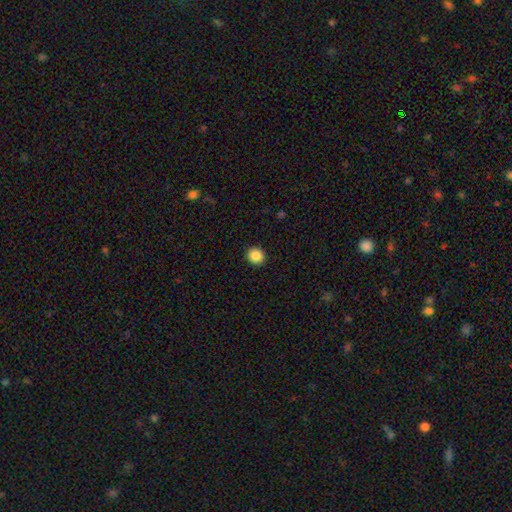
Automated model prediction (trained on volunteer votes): smooth 87%, star or artifact 9%, featured or disk 4%. Down the decision tree: how rounded — round (85%); merging — none (93%).